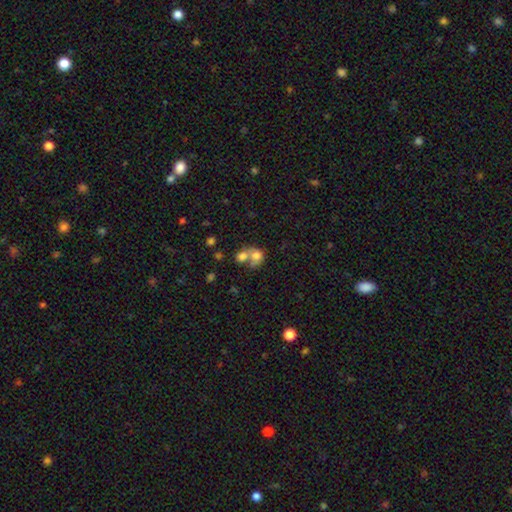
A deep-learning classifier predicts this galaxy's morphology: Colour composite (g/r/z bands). It shows a smooth galaxy with no disk features (71%) that is round (59%). Merging: merger (68%).